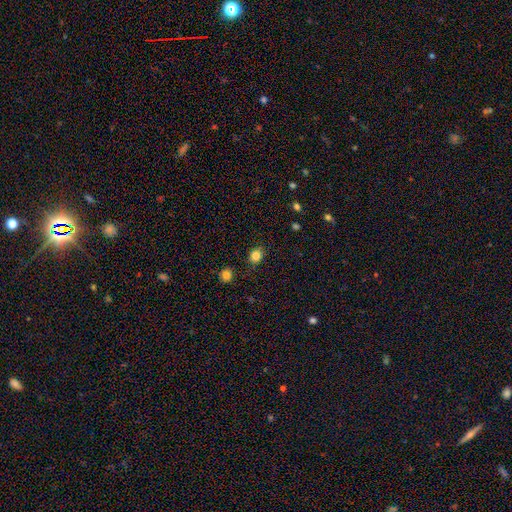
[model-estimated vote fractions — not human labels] The model was most divided on "how rounded": round: 63%, in between: 36%, cigar-shaped: 1%. More confident: merging — none (86%); smooth or featured — smooth (84%).